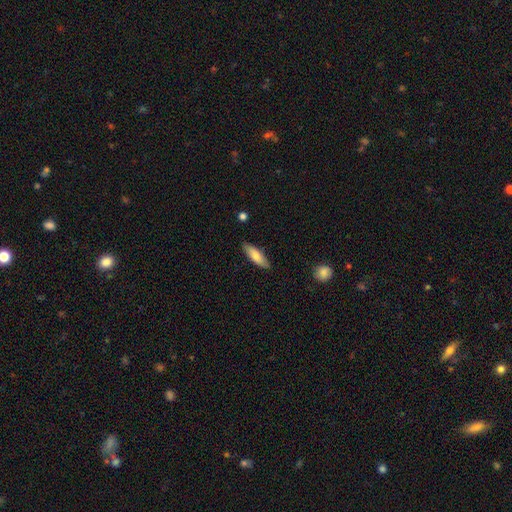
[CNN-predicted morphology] This appears to be a smooth galaxy with no disk features (77%) that is cigar-shaped (49%, tied with in between). Merging: none (85%).